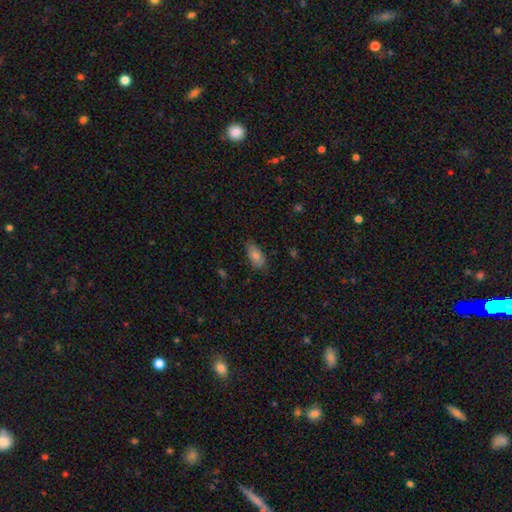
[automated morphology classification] Smooth or featured? Predicted: smooth (p=0.71). How rounded? Predicted: in between (p=0.89). Merging? Predicted: none (p=0.78).